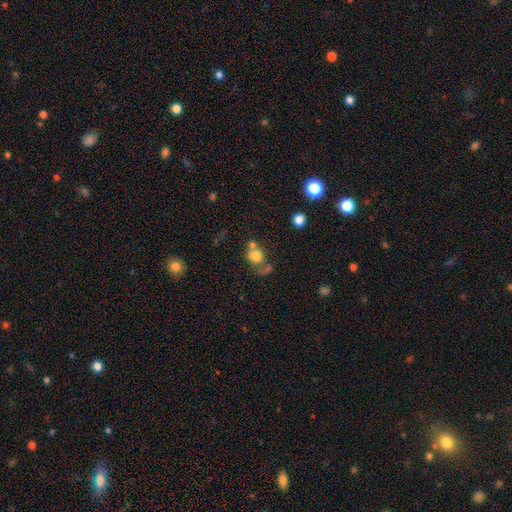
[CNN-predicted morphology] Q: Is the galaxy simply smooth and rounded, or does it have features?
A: smooth — 73%.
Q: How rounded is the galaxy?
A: round — 73%.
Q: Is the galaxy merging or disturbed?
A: merger — 38%.